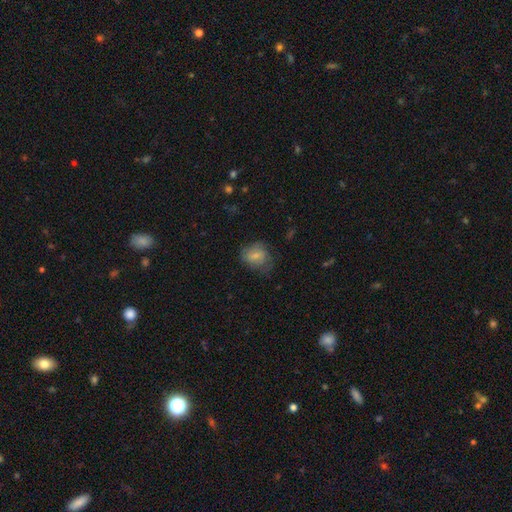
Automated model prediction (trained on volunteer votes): Smooth or featured?
  - smooth: 67% *
  - featured or disk: 24%
  - star or artifact: 8%
How rounded?
  - round: 54% *
  - in between: 45%
  - cigar-shaped: 1%
Merging?
  - none: 55% *
  - minor disturbance: 28%
  - major disturbance: 15%
  - merger: 1%